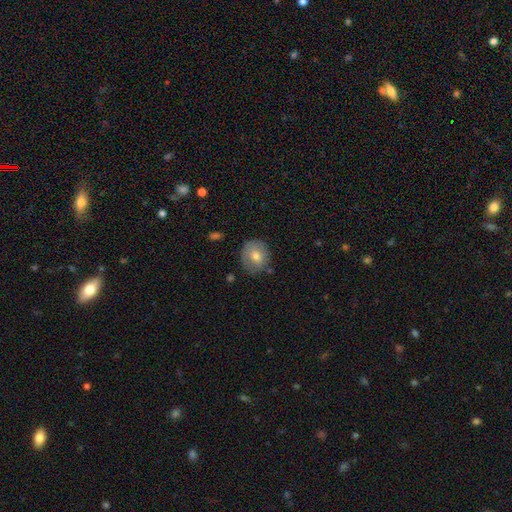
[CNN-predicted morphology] Q: Smooth or featured?
A: smooth (70%); runner-up: featured or disk (22%)
Q: How rounded?
A: round (76%); runner-up: in between (23%)
Q: Merging?
A: none (77%); runner-up: minor disturbance (17%)